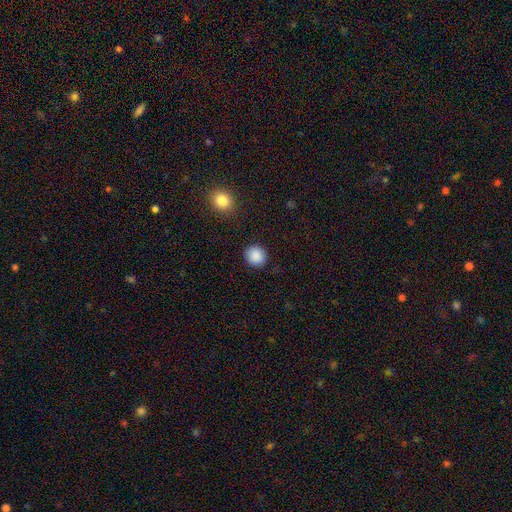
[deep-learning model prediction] This is clearly a smooth galaxy (89%). How rounded: clearly round (85%). Merging: clearly none (89%).